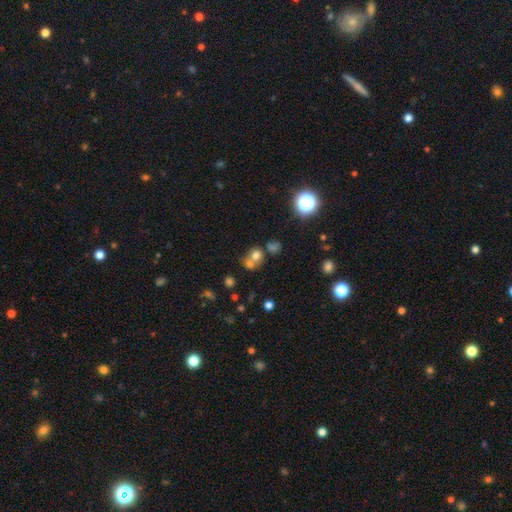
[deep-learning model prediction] The model was most divided on "merging": merger: 52%, none: 38%, minor disturbance: 7%, major disturbance: 4%. More confident: how rounded — round (76%); smooth or featured — smooth (67%).